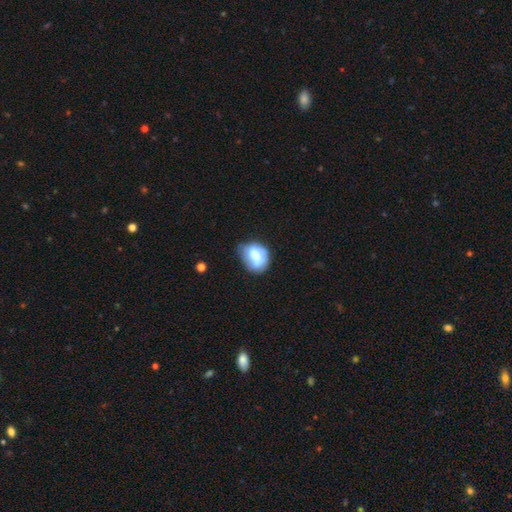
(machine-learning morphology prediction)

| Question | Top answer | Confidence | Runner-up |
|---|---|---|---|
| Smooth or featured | smooth | 58% | featured or disk (34%) |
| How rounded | in between | 57% | round (42%) |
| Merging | none | 44% | minor disturbance (37%) |